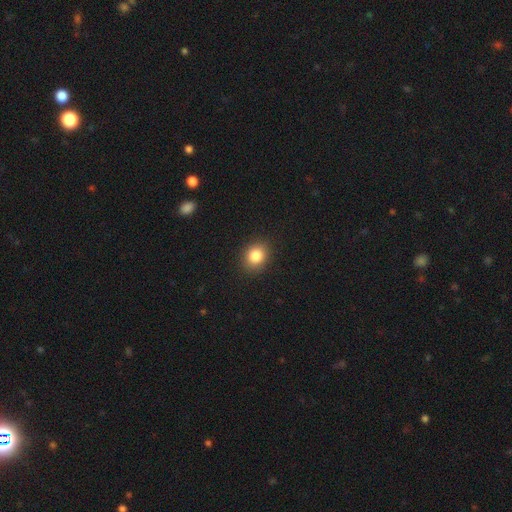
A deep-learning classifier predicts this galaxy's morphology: smooth 84%, star or artifact 10%, featured or disk 6%. Down the decision tree: how rounded — round (60%); merging — none (89%).